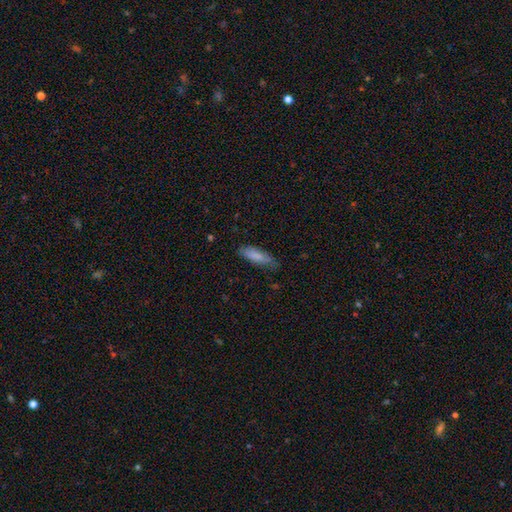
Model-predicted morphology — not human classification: This is clearly a smooth galaxy (83%). How rounded: possibly in between (51%). Merging: likely none (72%).